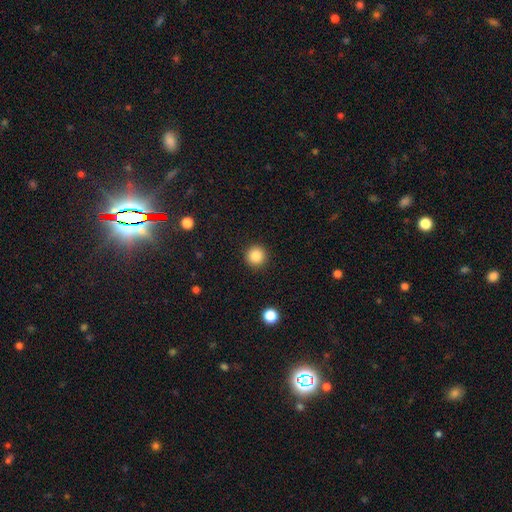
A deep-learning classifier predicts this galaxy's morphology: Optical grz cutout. It shows a smooth galaxy with no disk features (86%) that is round (95%). Merging: none (92%).